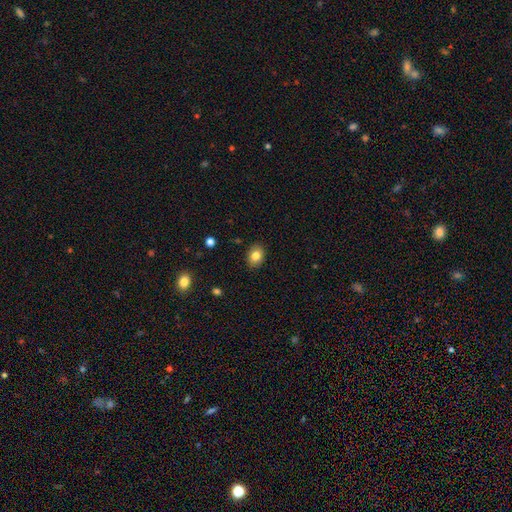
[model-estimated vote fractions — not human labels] Overall: smooth (82%). How rounded: in between (68%; round 31%). Merging: none (88%).